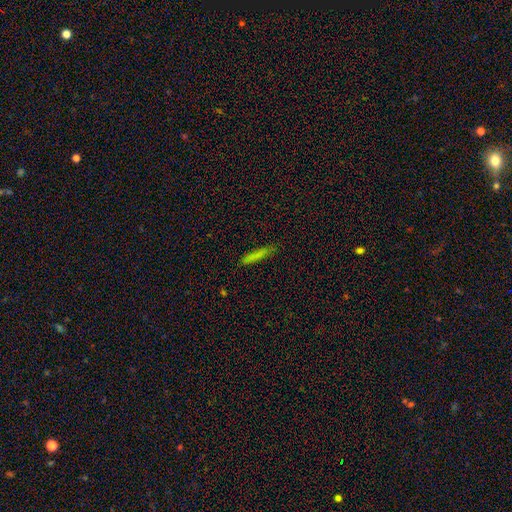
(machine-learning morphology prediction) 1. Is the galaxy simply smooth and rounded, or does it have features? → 77% smooth, 13% featured or disk, 10% star or artifact.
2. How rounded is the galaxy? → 92% cigar-shaped, 7% in between, 2% round.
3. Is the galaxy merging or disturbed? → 84% none, 12% minor disturbance, 2% major disturbance, 2% merger.